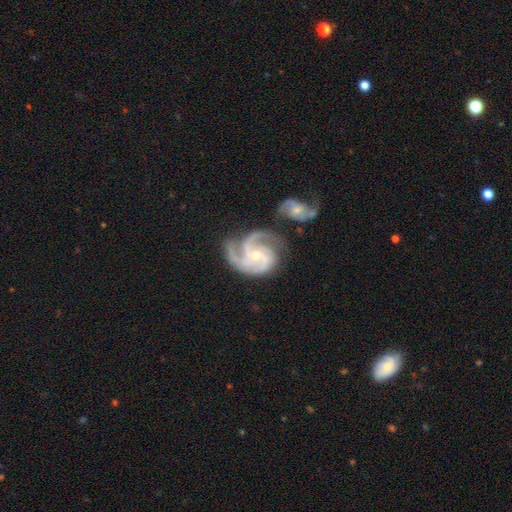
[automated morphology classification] Overall: featured or disk (92%). Edge-on disk: no (98%). Bar: no (55%; weak 35%). Spiral arms: yes (98%). Spiral arm count: 3 (67%). Spiral winding: medium (52%; tight 39%). Bulge size: small (69%). Merging: none (49%; minor disturbance 21%).